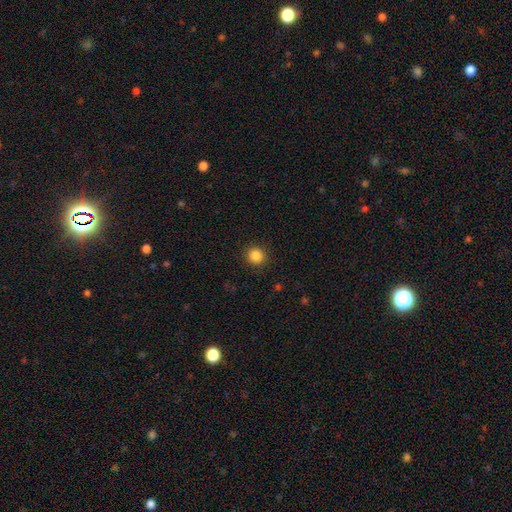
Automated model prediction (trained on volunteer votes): Smooth or featured? smooth (86%)
How rounded? round (91%)
Merging? none (90%)